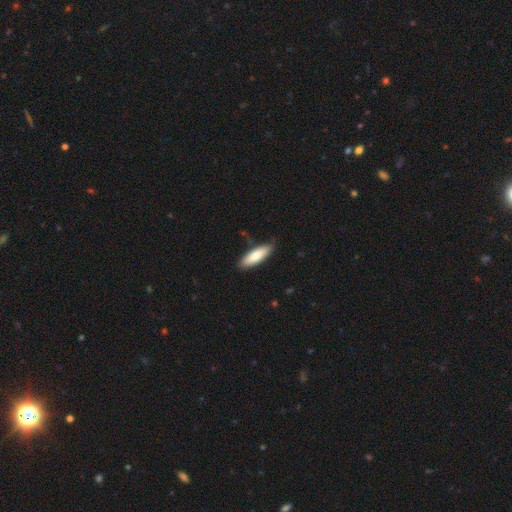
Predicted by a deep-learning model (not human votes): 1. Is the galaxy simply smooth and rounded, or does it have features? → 80% smooth, 15% featured or disk, 5% star or artifact.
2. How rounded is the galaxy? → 51% in between, 47% cigar-shaped, 2% round.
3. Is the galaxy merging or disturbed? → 83% none, 14% minor disturbance, 2% major disturbance, 1% merger.